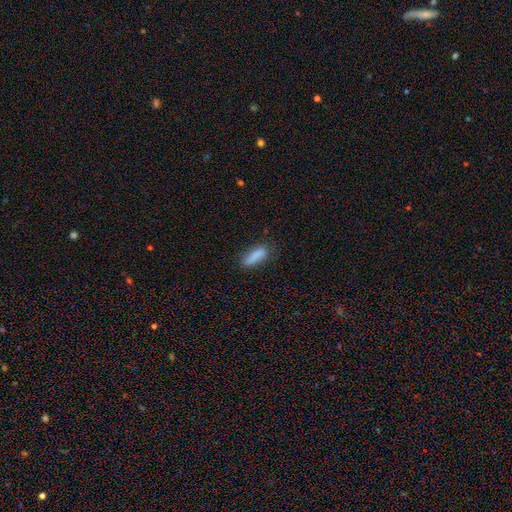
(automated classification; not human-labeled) smooth 83%, featured or disk 9%, star or artifact 8%. Down the decision tree: how rounded — in between (60%); merging — none (70%).